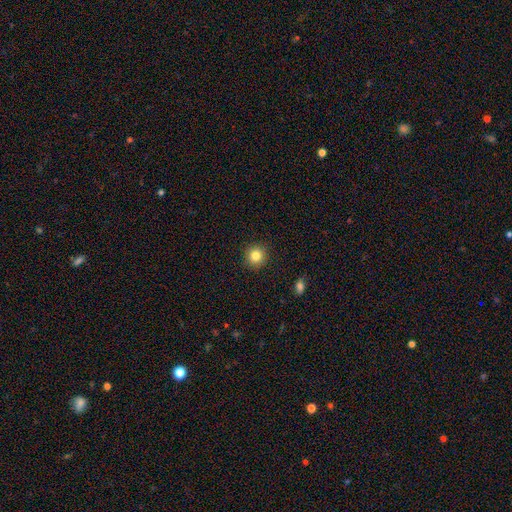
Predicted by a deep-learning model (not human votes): This is clearly a smooth galaxy (84%). How rounded: clearly round (93%). Merging: clearly none (92%).